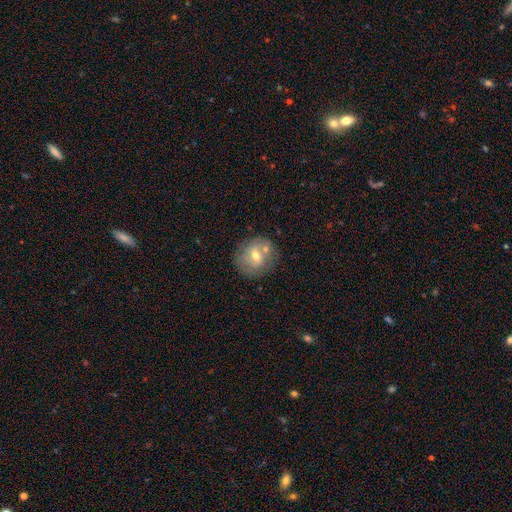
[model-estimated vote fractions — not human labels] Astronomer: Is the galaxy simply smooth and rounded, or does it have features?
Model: smooth — 50% (runner-up: featured or disk, 40%).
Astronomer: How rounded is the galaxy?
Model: round — 81%.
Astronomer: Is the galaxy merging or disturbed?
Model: none — 63%.